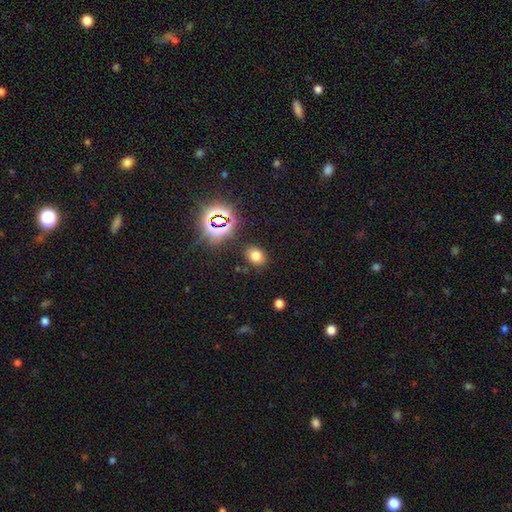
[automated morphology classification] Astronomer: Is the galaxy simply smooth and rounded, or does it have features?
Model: smooth — 71%.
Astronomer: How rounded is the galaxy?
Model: in between — 56% (runner-up: round, 43%).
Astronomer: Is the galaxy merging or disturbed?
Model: none — 84%.